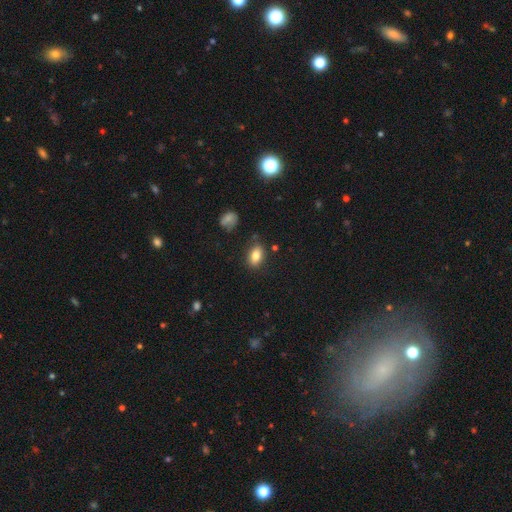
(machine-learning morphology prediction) This appears to be a smooth galaxy with no disk features (82%) that is in between round and cigar-shaped (85%). Merging: none (81%).